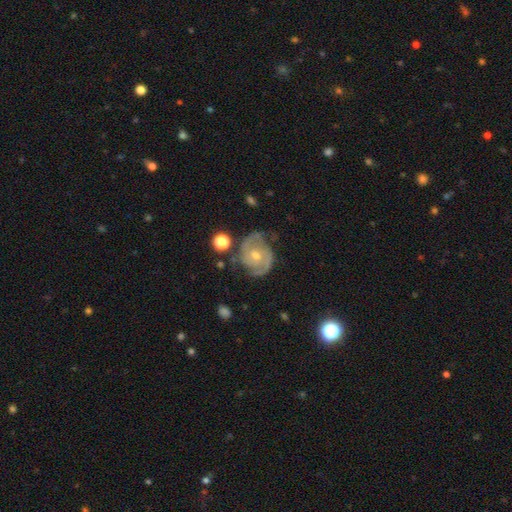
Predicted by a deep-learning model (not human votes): Smooth or featured?
  - featured or disk: 88% *
  - star or artifact: 6%
  - smooth: 6%
Edge-on disk?
  - no: 98% *
  - yes: 2%
Bar?
  - no: 68% *
  - weak: 25%
  - strong: 7%
Spiral arms?
  - yes: 97% *
  - no: 3%
Spiral winding?
  - tight: 52% *
  - medium: 40%
  - loose: 8%
Spiral arm count?
  - 2: 79% *
  - 3: 9%
  - can't tell: 6%
  - 1: 2%
  - 4: 2%
  - more than 4: 2%
Bulge size?
  - moderate: 51% *
  - small: 46%
  - large: 1%
  - none: 1%
  - dominant: 1%
Merging?
  - none: 75% *
  - minor disturbance: 17%
  - major disturbance: 6%
  - merger: 3%